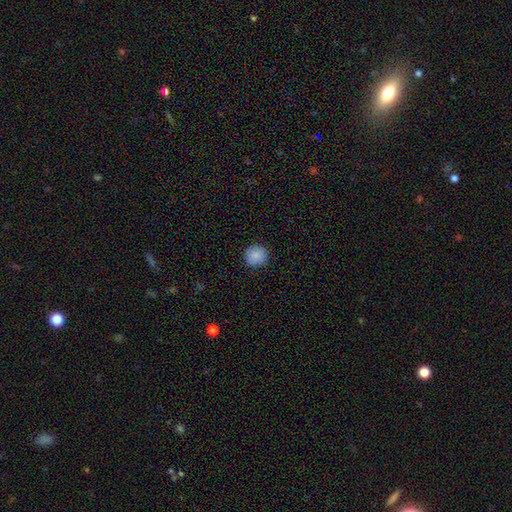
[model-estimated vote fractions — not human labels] Smooth or featured?
  - smooth: 87% *
  - star or artifact: 8%
  - featured or disk: 5%
How rounded?
  - round: 93% *
  - in between: 6%
  - cigar-shaped: 1%
Merging?
  - none: 91% *
  - minor disturbance: 6%
  - major disturbance: 2%
  - merger: 1%